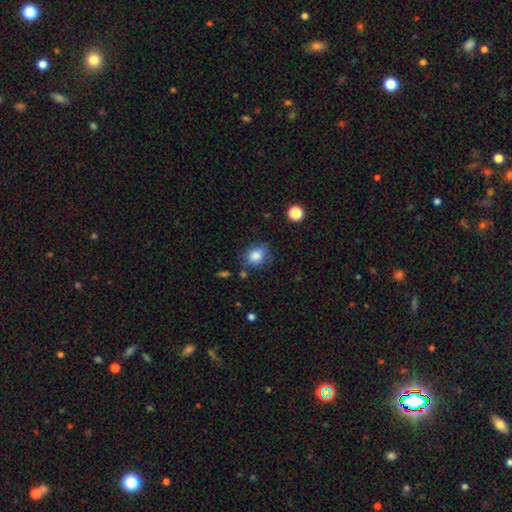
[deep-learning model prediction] Morphology: type=smooth (83%); roundness=round (59%); merging=none (68%).